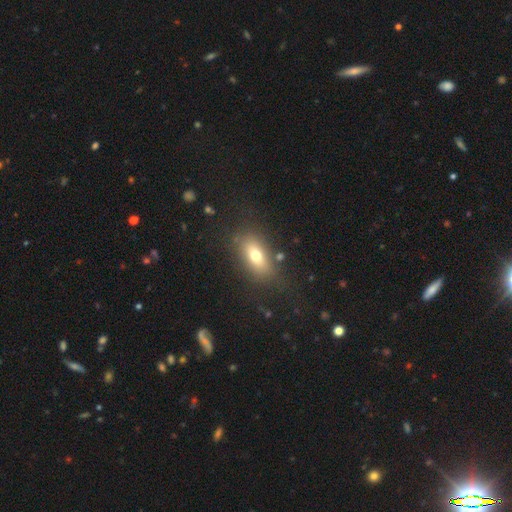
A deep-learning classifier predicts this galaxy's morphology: The model was most divided on "smooth or featured": smooth: 69%, featured or disk: 20%, star or artifact: 10%. More confident: how rounded — in between (82%); merging — none (78%).